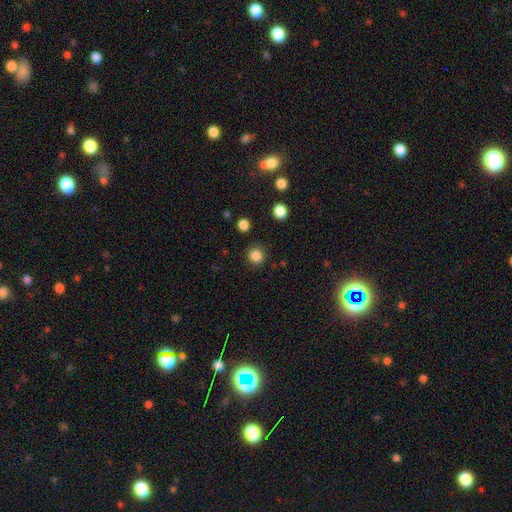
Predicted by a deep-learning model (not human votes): smooth_or_featured: smooth (p=0.85) [alt: star or artifact p=0.12]
how_rounded: round (p=0.92) [alt: in between p=0.07]
merging: none (p=0.89) [alt: minor disturbance p=0.07]